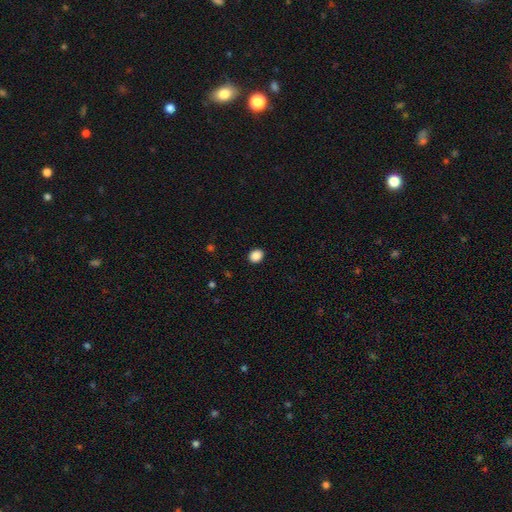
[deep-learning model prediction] Smooth or featured? Predicted: smooth (p=0.89). How rounded? Predicted: round (p=0.58). Merging? Predicted: none (p=0.92).